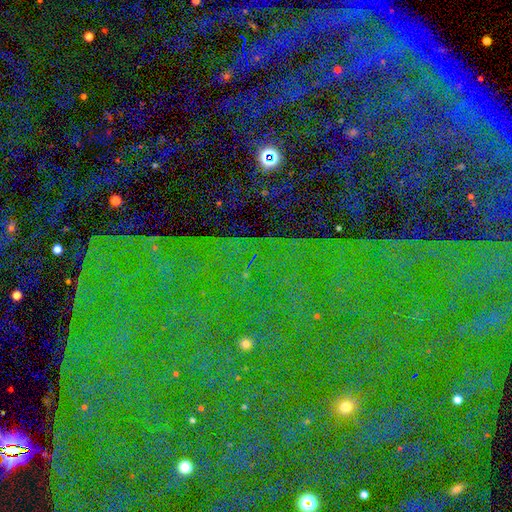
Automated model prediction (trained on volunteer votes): Morphology: type=star or artifact (84%).